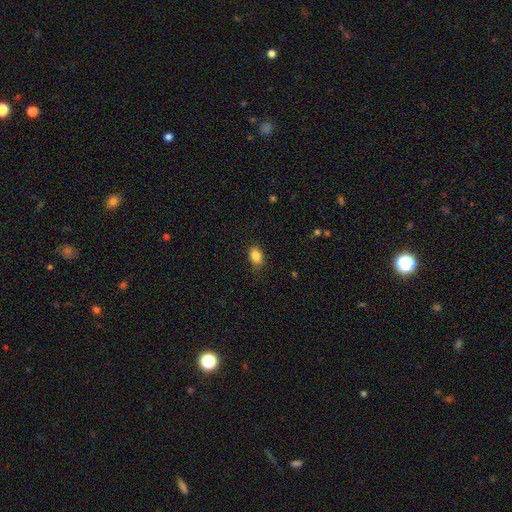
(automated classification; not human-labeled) Smooth or featured?
  - smooth: 86% *
  - star or artifact: 9%
  - featured or disk: 5%
How rounded?
  - in between: 76% *
  - round: 22%
  - cigar-shaped: 1%
Merging?
  - none: 77% *
  - minor disturbance: 18%
  - major disturbance: 4%
  - merger: 1%